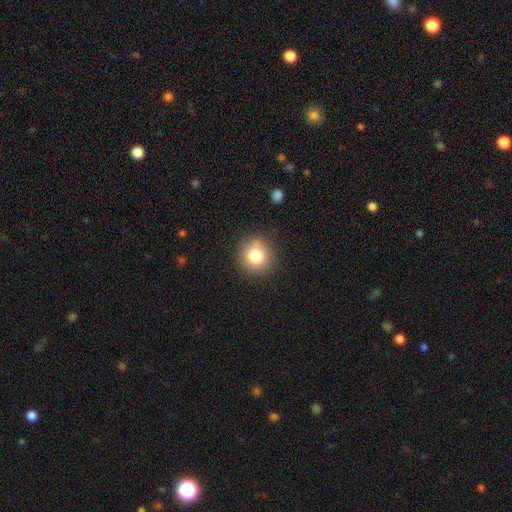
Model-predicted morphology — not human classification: Smooth or featured?
  - smooth: 81% *
  - star or artifact: 11%
  - featured or disk: 8%
How rounded?
  - round: 92% *
  - in between: 7%
  - cigar-shaped: 1%
Merging?
  - none: 85% *
  - minor disturbance: 9%
  - major disturbance: 3%
  - merger: 2%